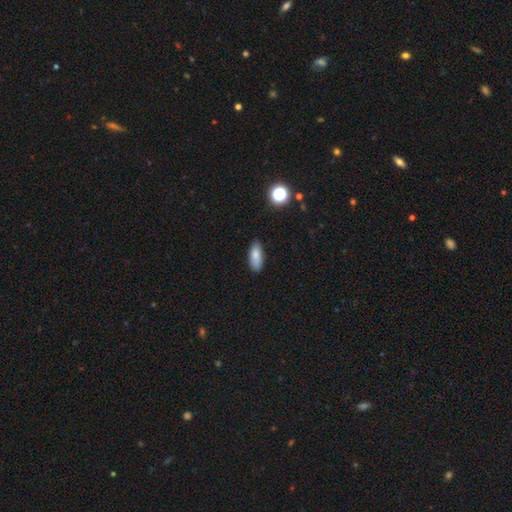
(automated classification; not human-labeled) smooth 83%, featured or disk 9%, star or artifact 8%. Down the decision tree: how rounded — in between (79%); merging — none (84%).